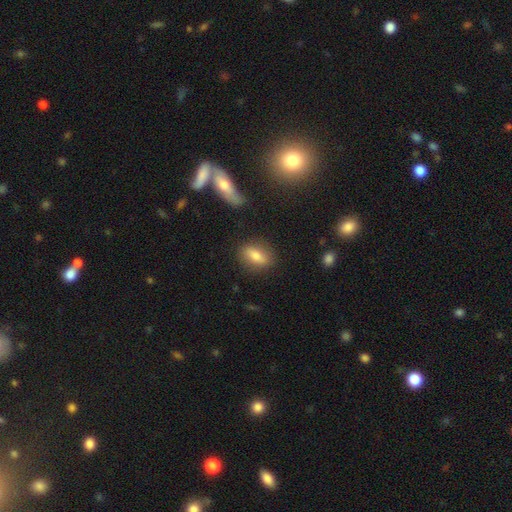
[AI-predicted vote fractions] Q: Smooth or featured?
A: smooth (70%); runner-up: featured or disk (21%)
Q: How rounded?
A: in between (74%); runner-up: round (15%)
Q: Merging?
A: none (83%); runner-up: minor disturbance (11%)